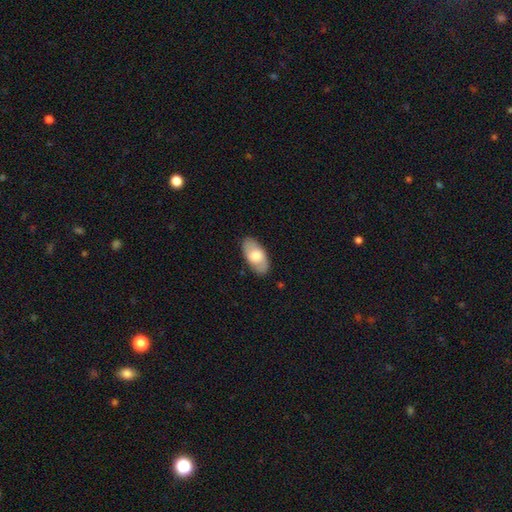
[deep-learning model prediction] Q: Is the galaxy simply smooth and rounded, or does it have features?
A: smooth — 67%.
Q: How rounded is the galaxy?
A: in between — 94%.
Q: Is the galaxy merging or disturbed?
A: none — 85%.